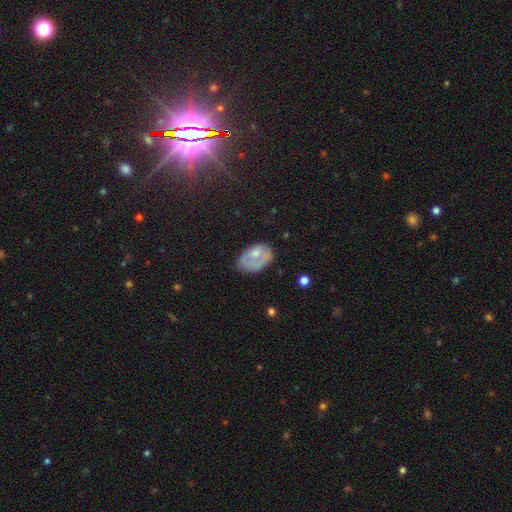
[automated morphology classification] Smooth or featured?
  - smooth: 54% *
  - featured or disk: 38%
  - star or artifact: 8%
How rounded?
  - in between: 86% *
  - round: 12%
  - cigar-shaped: 1%
Merging?
  - none: 42% *
  - minor disturbance: 32%
  - major disturbance: 23%
  - merger: 3%